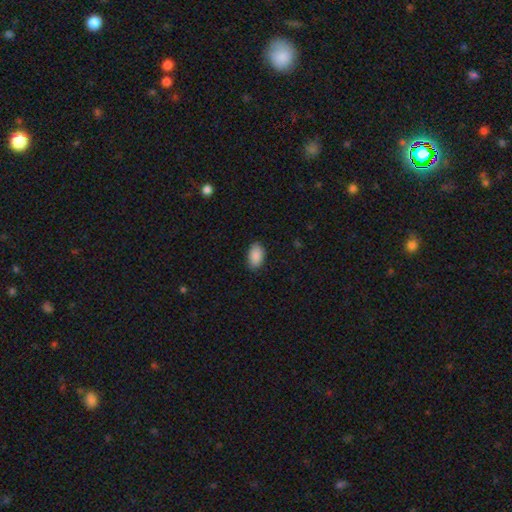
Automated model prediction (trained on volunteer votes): smooth 90%, star or artifact 7%, featured or disk 3%. Down the decision tree: how rounded — in between (93%); merging — none (87%).